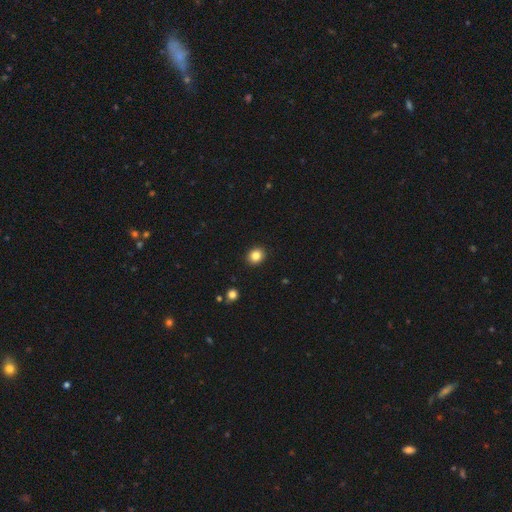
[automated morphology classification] smooth 84%, star or artifact 11%, featured or disk 5%. Down the decision tree: how rounded — round (72%); merging — none (92%).